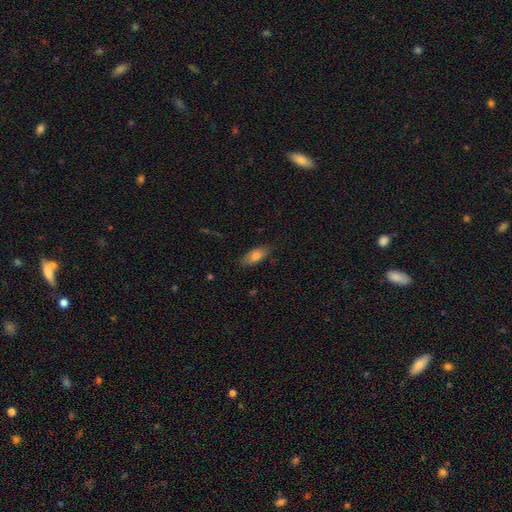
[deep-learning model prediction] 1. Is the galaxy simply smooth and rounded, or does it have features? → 77% smooth, 16% featured or disk, 7% star or artifact.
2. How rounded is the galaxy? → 80% in between, 17% cigar-shaped, 3% round.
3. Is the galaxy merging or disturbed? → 81% none, 14% minor disturbance, 3% major disturbance, 1% merger.